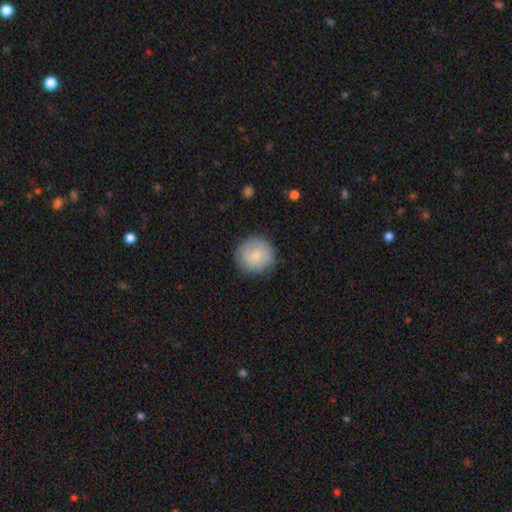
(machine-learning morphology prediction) This is likely a smooth galaxy (66%). How rounded: clearly round (93%). Merging: clearly none (84%).